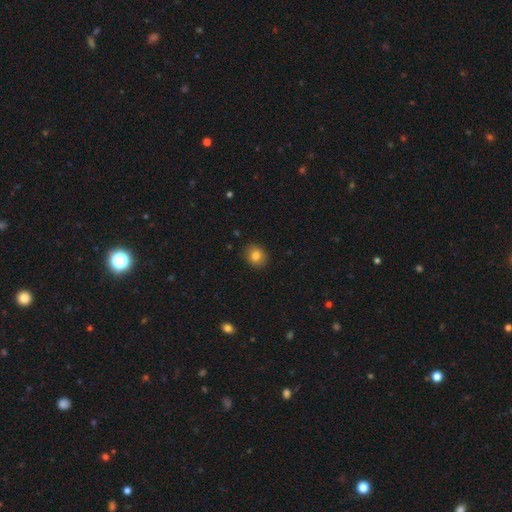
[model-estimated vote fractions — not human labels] Q: Smooth or featured?
A: smooth (82%); runner-up: star or artifact (11%)
Q: How rounded?
A: round (69%); runner-up: in between (30%)
Q: Merging?
A: none (89%); runner-up: minor disturbance (8%)